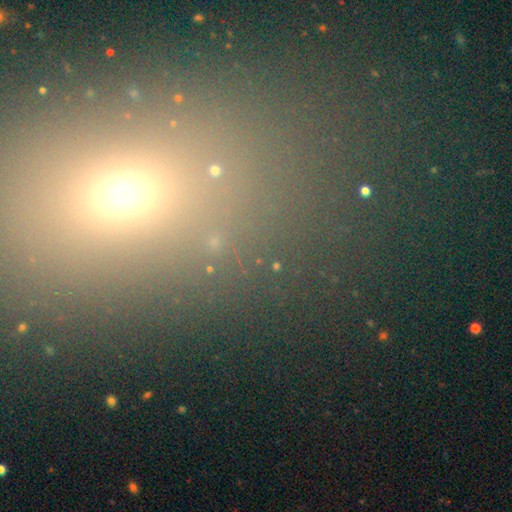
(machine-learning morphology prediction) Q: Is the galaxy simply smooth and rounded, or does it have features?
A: smooth — 47%.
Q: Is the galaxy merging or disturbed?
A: none — 76%.